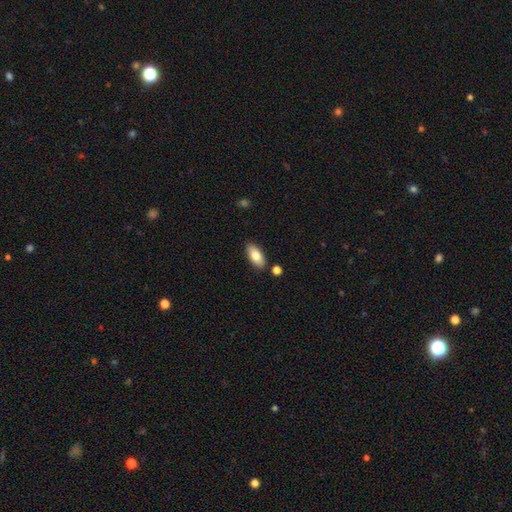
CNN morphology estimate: The model was most divided on "smooth or featured": smooth: 79%, featured or disk: 14%, star or artifact: 7%. More confident: how rounded — in between (90%); merging — none (85%).